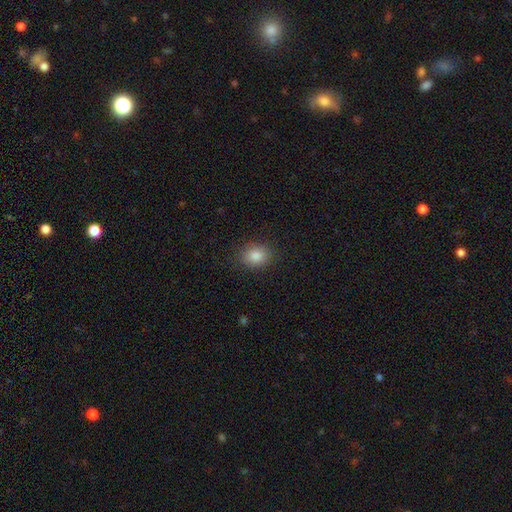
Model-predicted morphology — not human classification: Smooth or featured? Predicted: smooth (p=0.85). How rounded? Predicted: round (p=0.58). Merging? Predicted: none (p=0.88).